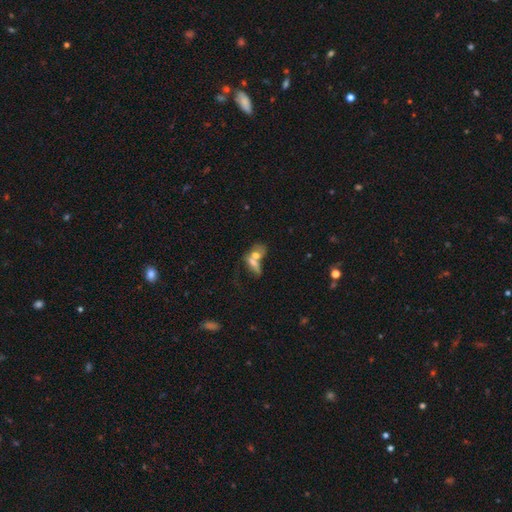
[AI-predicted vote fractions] Smooth or featured?
  - smooth: 59% *
  - featured or disk: 30%
  - star or artifact: 10%
How rounded?
  - in between: 71% *
  - round: 19%
  - cigar-shaped: 10%
Merging?
  - merger: 66% *
  - none: 17%
  - major disturbance: 9%
  - minor disturbance: 8%